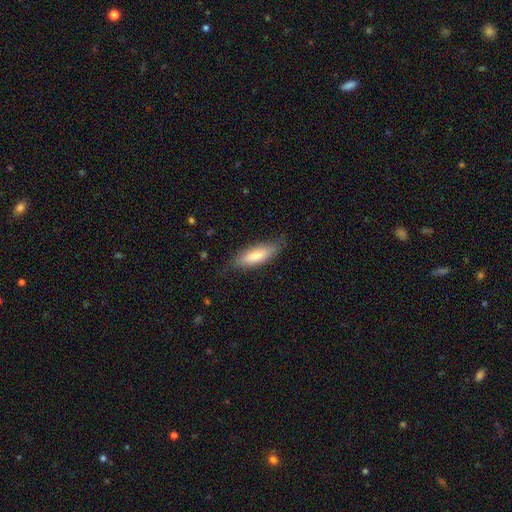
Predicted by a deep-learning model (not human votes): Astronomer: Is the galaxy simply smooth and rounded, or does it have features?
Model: smooth — 75%.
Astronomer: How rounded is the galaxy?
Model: in between — 50% (runner-up: cigar-shaped, 48%).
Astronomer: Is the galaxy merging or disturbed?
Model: none — 76%.